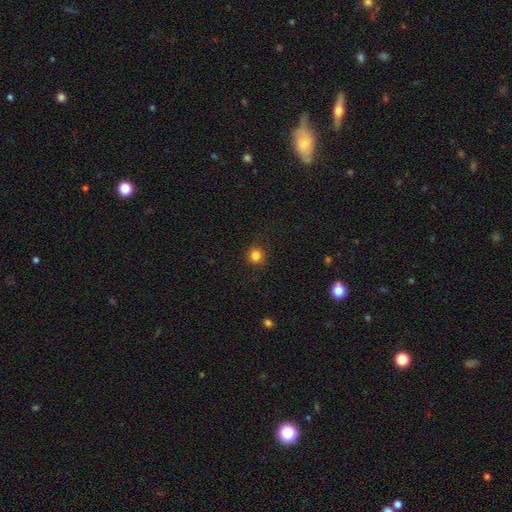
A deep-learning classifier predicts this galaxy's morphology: Smooth or featured? smooth (84%)
How rounded? round (92%)
Merging? none (88%)